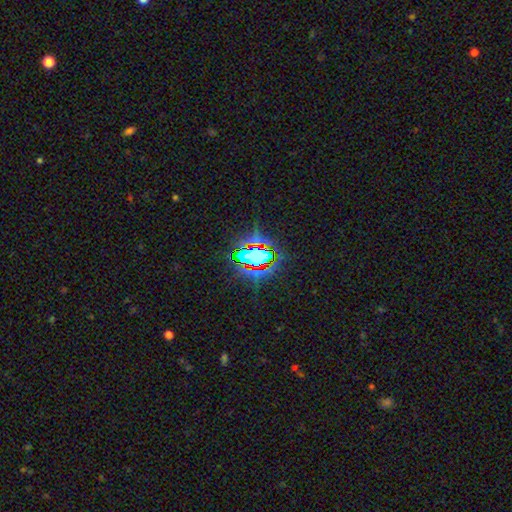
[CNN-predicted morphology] type=star or artifact (66%).